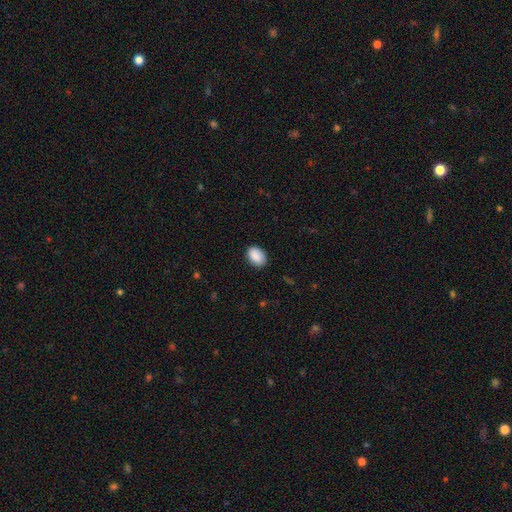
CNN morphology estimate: Smooth or featured?
  - smooth: 89% *
  - star or artifact: 7%
  - featured or disk: 4%
How rounded?
  - in between: 82% *
  - round: 17%
  - cigar-shaped: 1%
Merging?
  - none: 85% *
  - minor disturbance: 11%
  - major disturbance: 2%
  - merger: 1%